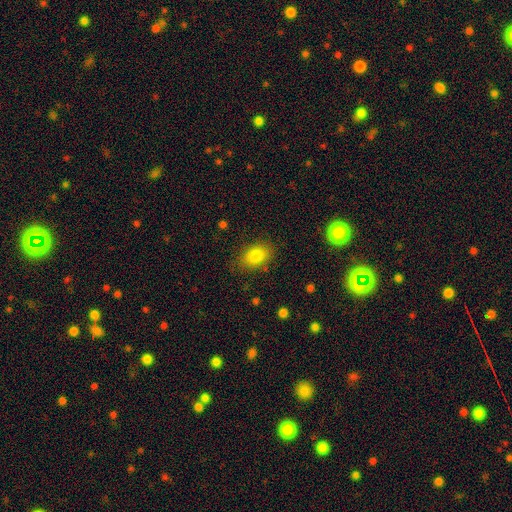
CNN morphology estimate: smooth-or-featured: smooth: 82% | star or artifact: 9% | featured or disk: 9%
  how-rounded: in between: 82% | round: 17% | cigar-shaped: 2%
  merging: none: 81% | minor disturbance: 14% | major disturbance: 4% | merger: 1%